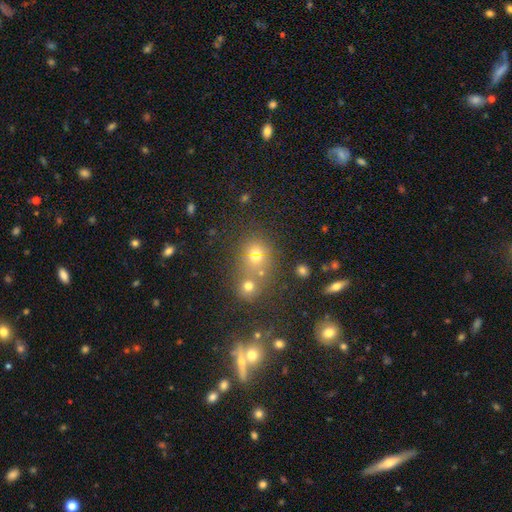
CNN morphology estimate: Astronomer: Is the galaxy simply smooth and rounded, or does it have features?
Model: smooth — 60%.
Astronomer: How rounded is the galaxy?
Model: round — 70%.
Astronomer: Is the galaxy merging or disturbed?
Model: none — 49% (runner-up: merger, 35%).